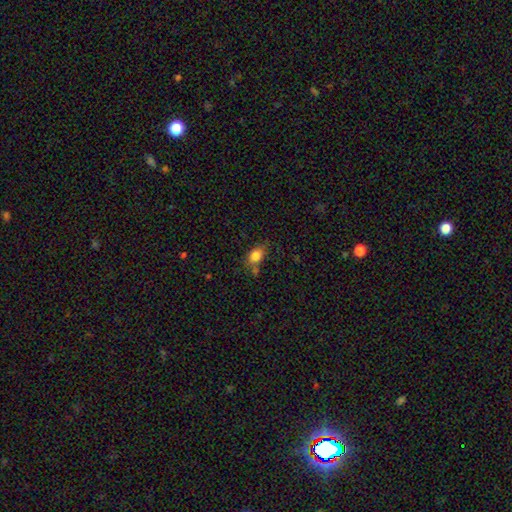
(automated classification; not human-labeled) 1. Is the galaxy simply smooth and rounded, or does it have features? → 82% smooth, 10% star or artifact, 8% featured or disk.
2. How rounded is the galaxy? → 76% in between, 20% round, 3% cigar-shaped.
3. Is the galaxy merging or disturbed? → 57% none, 25% minor disturbance, 10% merger, 8% major disturbance.